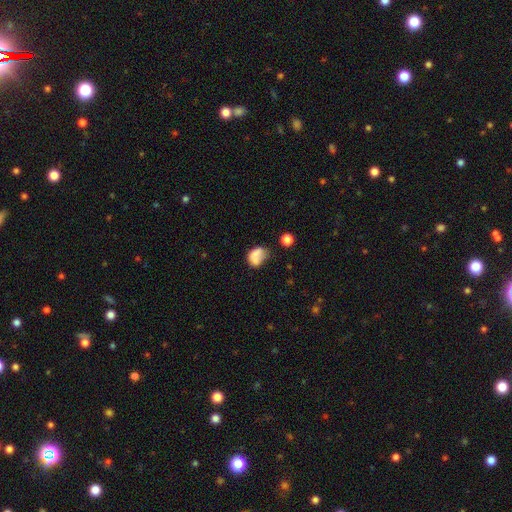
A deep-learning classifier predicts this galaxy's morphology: Smooth or featured? Predicted: smooth (p=0.72). How rounded? Predicted: in between (p=0.71). Merging? Predicted: none (p=0.32).